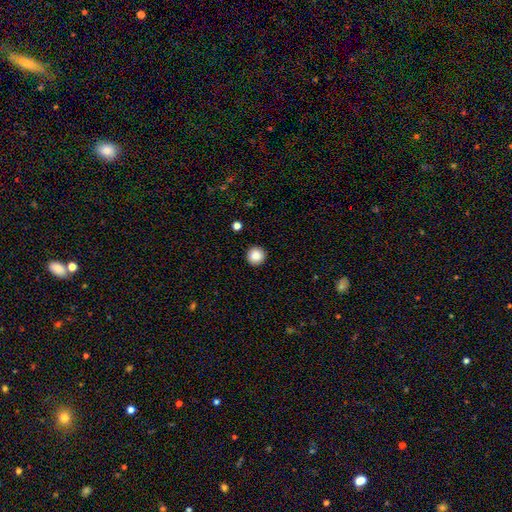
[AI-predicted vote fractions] smooth_or_featured: smooth (p=0.88) [alt: star or artifact p=0.09]
how_rounded: round (p=0.96) [alt: in between p=0.03]
merging: none (p=0.93) [alt: minor disturbance p=0.05]